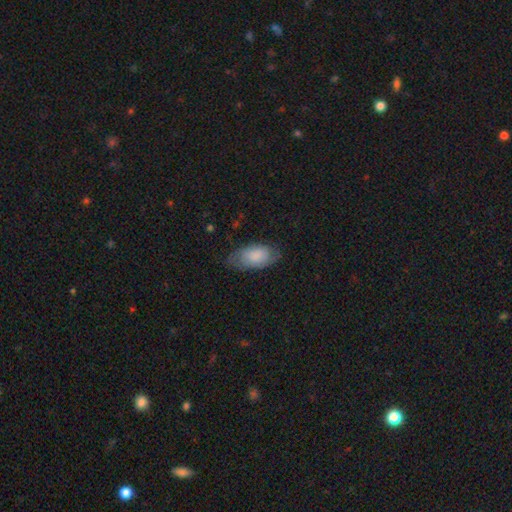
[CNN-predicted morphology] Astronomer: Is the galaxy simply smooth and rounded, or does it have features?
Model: smooth — 78%.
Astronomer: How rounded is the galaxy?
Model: in between — 93%.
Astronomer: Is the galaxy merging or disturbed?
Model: none — 67%.